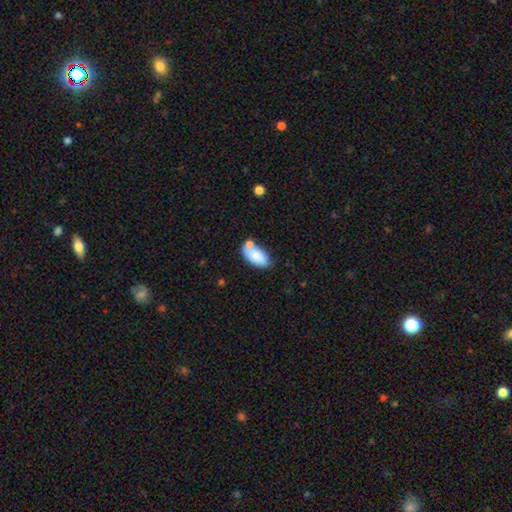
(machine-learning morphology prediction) Smooth or featured: smooth — 82% (featured or disk — 11%)
How rounded: in between — 94% (cigar-shaped — 3%)
Merging: none — 52% (minor disturbance — 21%)